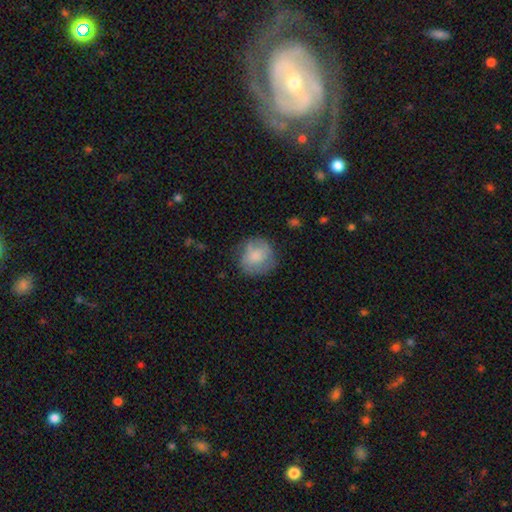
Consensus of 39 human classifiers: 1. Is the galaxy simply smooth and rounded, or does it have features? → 90% smooth, 8% featured or disk, 3% star or artifact.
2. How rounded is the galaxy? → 97% round, 3% in between, 0% cigar-shaped.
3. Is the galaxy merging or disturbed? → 71% none, 16% minor disturbance, 8% major disturbance, 5% merger.